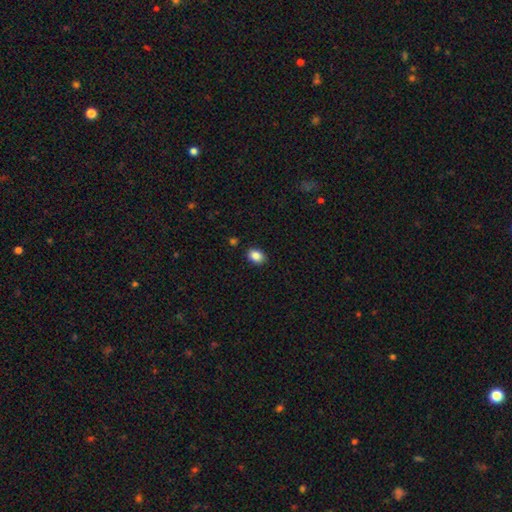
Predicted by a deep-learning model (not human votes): Smooth or featured?
  - smooth: 87% *
  - star or artifact: 9%
  - featured or disk: 5%
How rounded?
  - in between: 71% *
  - round: 28%
  - cigar-shaped: 1%
Merging?
  - none: 88% *
  - minor disturbance: 9%
  - major disturbance: 2%
  - merger: 2%